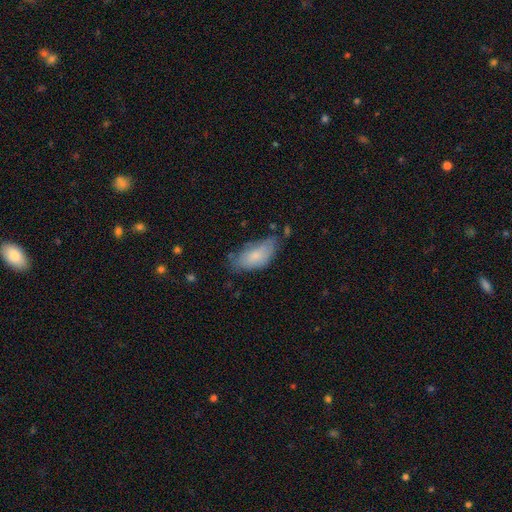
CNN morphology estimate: A smooth galaxy with no disk features (78%) that is in between round and cigar-shaped (91%). Merging: none (51%).